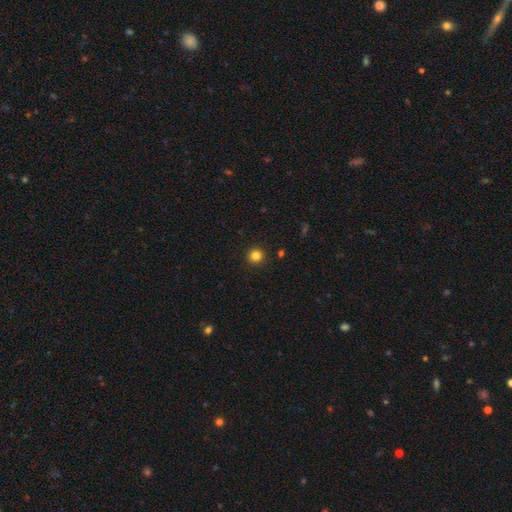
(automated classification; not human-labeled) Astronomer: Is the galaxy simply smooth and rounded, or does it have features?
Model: smooth — 83%.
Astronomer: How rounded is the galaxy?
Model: round — 95%.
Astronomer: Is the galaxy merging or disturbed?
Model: none — 93%.